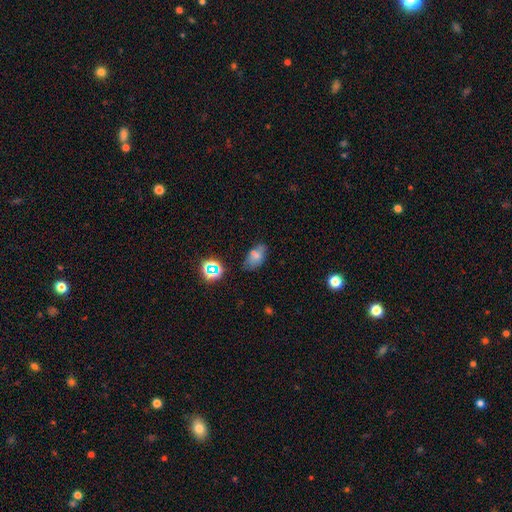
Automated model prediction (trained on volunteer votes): A smooth galaxy with no disk features (65%) that is in between round and cigar-shaped (86%). Merging: none (60%).